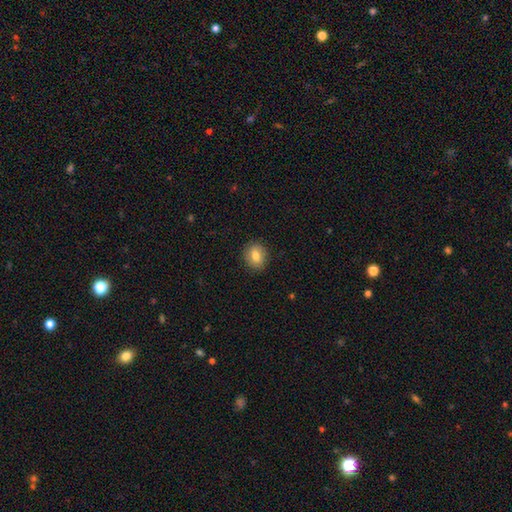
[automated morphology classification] smooth-or-featured: smooth: 80% | featured or disk: 12% | star or artifact: 9%
  how-rounded: round: 64% | in between: 35% | cigar-shaped: 1%
  merging: none: 89% | minor disturbance: 8% | major disturbance: 2% | merger: 1%